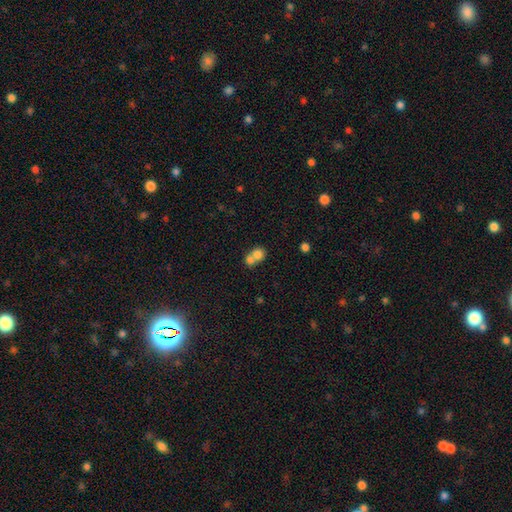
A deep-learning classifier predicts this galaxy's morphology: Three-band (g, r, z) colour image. It shows a smooth galaxy with no disk features (76%) that is round (73%). Merging: merger (66%).